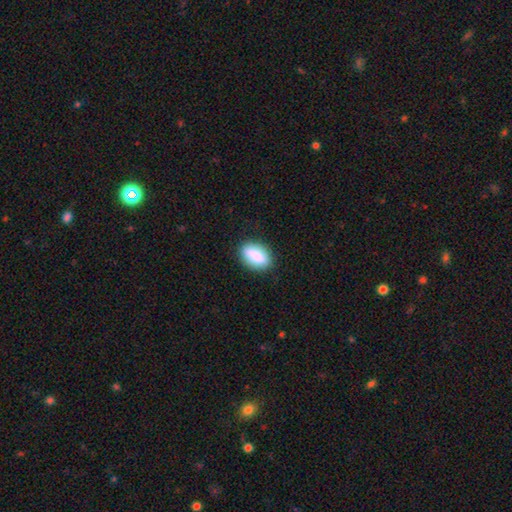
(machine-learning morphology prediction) type=smooth (86%); roundness=in between (89%); merging=none (86%).